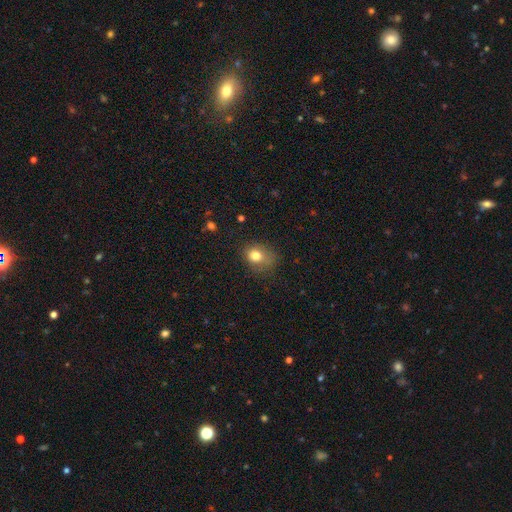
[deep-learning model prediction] Smooth or featured: smooth — 77% (star or artifact — 12%)
How rounded: in between — 51% (round — 48%)
Merging: none — 48% (minor disturbance — 31%)